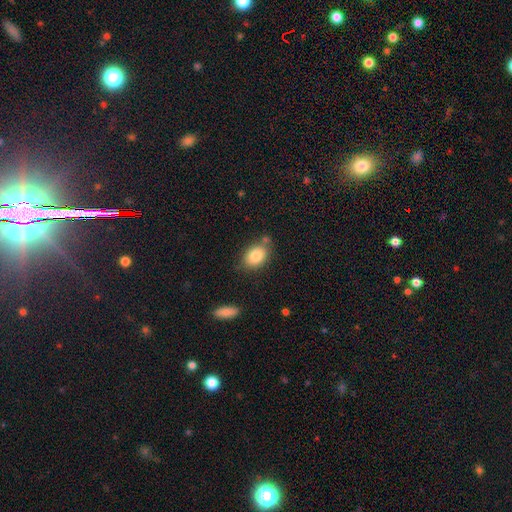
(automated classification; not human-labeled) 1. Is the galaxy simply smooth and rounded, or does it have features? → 84% smooth, 8% featured or disk, 8% star or artifact.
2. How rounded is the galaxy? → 80% in between, 18% round, 1% cigar-shaped.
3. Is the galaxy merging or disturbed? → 68% none, 18% minor disturbance, 10% merger, 5% major disturbance.